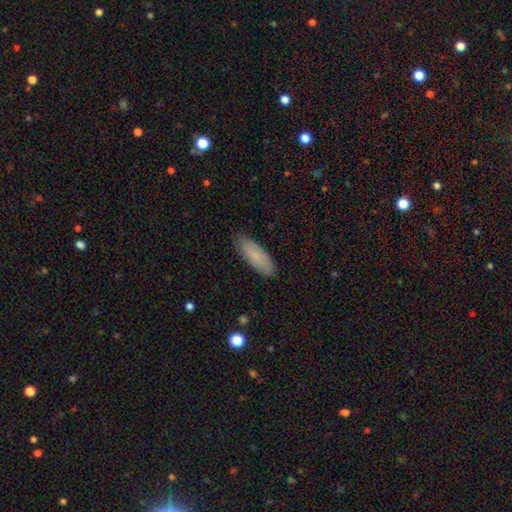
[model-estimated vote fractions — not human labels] Smooth or featured? smooth (82%)
How rounded? in between (63%)
Merging? none (86%)